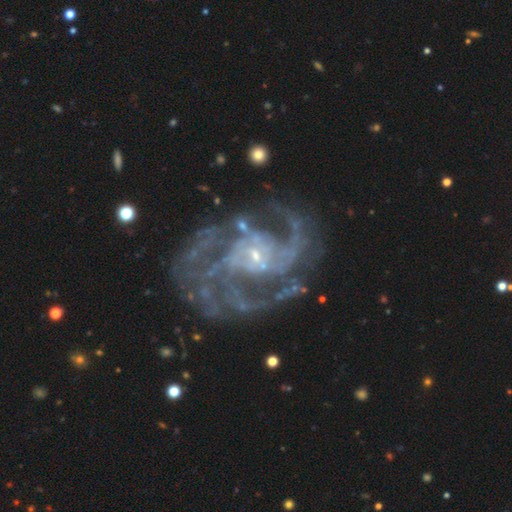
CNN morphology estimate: Smooth or featured: featured or disk — 91% (star or artifact — 6%)
Edge-on disk: no — 98% (yes — 2%)
Bar: no — 59% (weak — 30%)
Spiral arms: yes — 98% (no — 2%)
Spiral winding: medium — 47% (tight — 41%)
Spiral arm count: 2 — 29% (3 — 23%)
Bulge size: small — 80% (moderate — 12%)
Merging: none — 67% (minor disturbance — 17%)